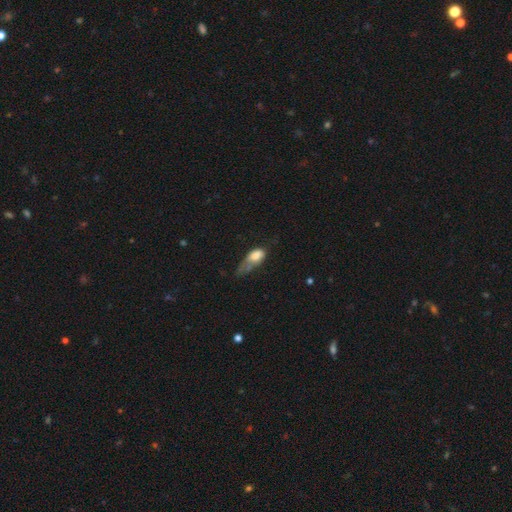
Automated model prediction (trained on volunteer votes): Smooth or featured? Predicted: smooth (p=0.71). How rounded? Predicted: in between (p=0.84). Merging? Predicted: major disturbance (p=0.49).